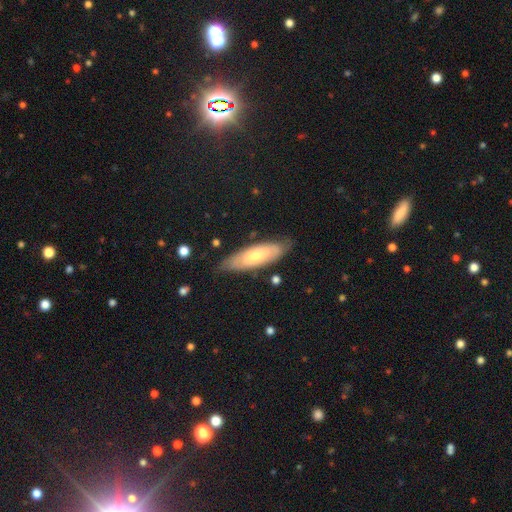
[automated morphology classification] smooth-or-featured: smooth: 53% | featured or disk: 42% | star or artifact: 6%
  how-rounded: in between: 59% | cigar-shaped: 39% | round: 2%
  merging: none: 73% | minor disturbance: 21% | major disturbance: 4% | merger: 2%